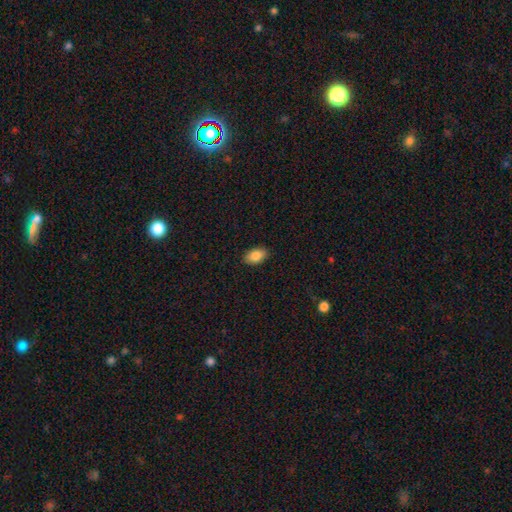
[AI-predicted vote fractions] Q: Smooth or featured?
A: smooth (86%); runner-up: star or artifact (8%)
Q: How rounded?
A: in between (92%); runner-up: round (6%)
Q: Merging?
A: none (89%); runner-up: minor disturbance (8%)